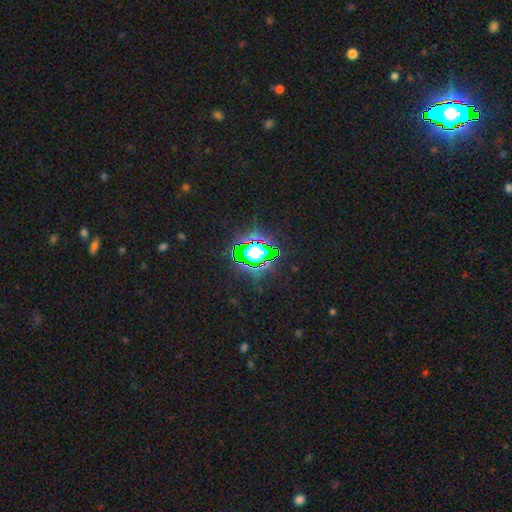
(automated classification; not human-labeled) A star or artifact, not a galaxy (78%).